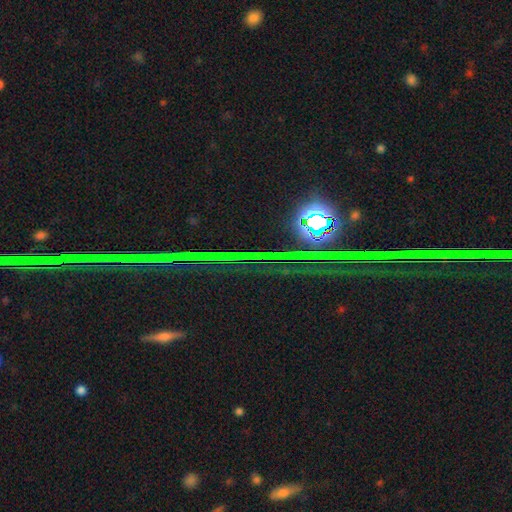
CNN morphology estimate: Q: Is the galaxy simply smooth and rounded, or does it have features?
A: star or artifact — 85%.